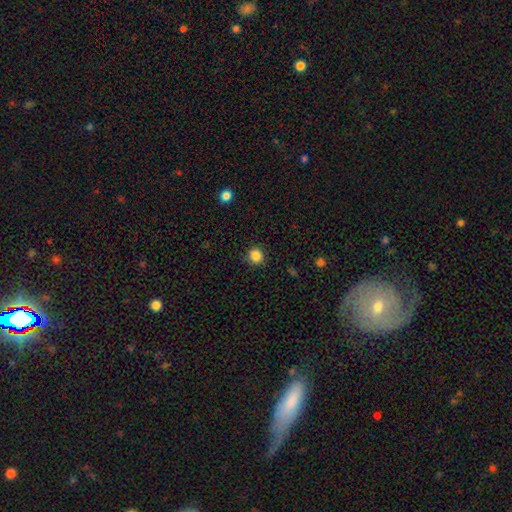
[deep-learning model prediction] Morphology: type=smooth (86%); roundness=round (93%); merging=none (88%).